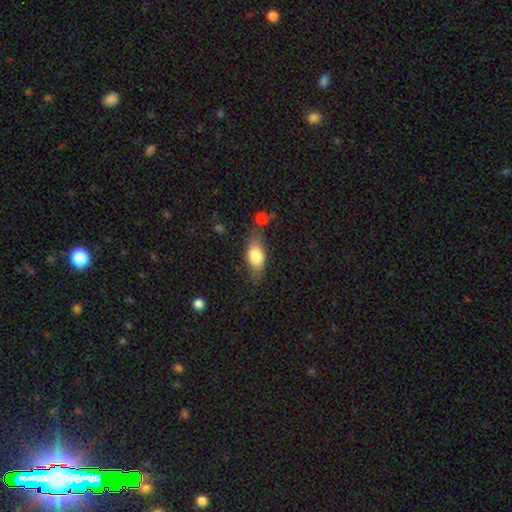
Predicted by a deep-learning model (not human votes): Smooth or featured?
  - smooth: 73% *
  - featured or disk: 20%
  - star or artifact: 7%
How rounded?
  - in between: 80% *
  - cigar-shaped: 13%
  - round: 7%
Merging?
  - none: 62% *
  - minor disturbance: 22%
  - merger: 8%
  - major disturbance: 8%